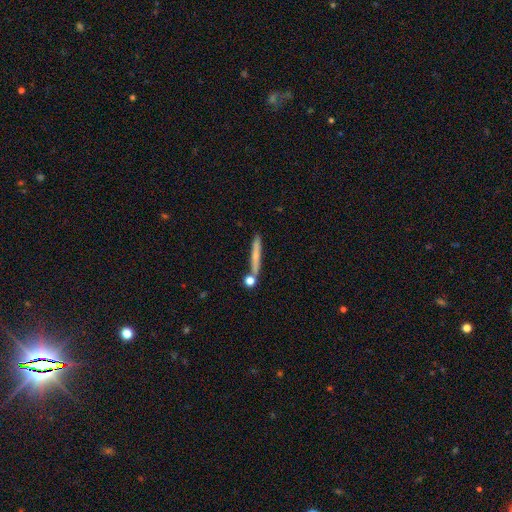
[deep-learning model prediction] smooth_or_featured: smooth (p=0.63) [alt: featured or disk p=0.29]
how_rounded: cigar-shaped (p=0.93) [alt: in between p=0.04]
merging: none (p=0.77) [alt: minor disturbance p=0.10]